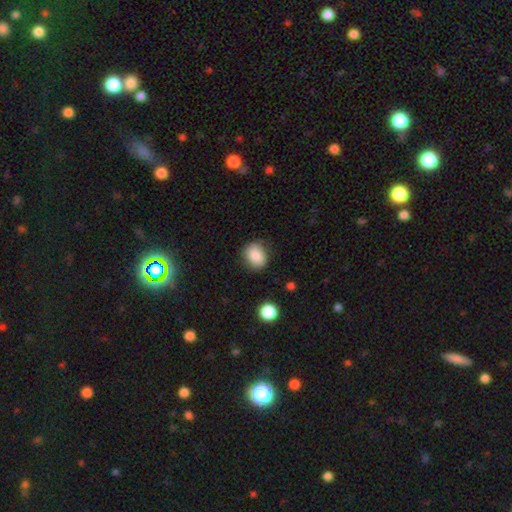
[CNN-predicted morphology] smooth_or_featured: smooth (p=0.84) [alt: star or artifact p=0.09]
how_rounded: round (p=0.52) [alt: in between p=0.47]
merging: none (p=0.78) [alt: minor disturbance p=0.16]